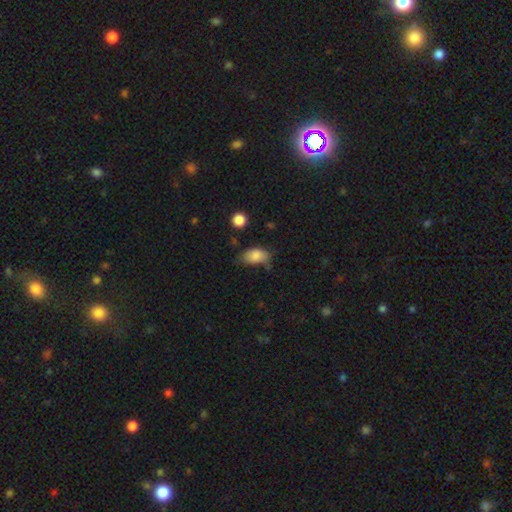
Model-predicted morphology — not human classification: smooth_or_featured: smooth (p=0.83) [alt: star or artifact p=0.09]
how_rounded: in between (p=0.89) [alt: round p=0.09]
merging: none (p=0.43) [alt: minor disturbance p=0.39]